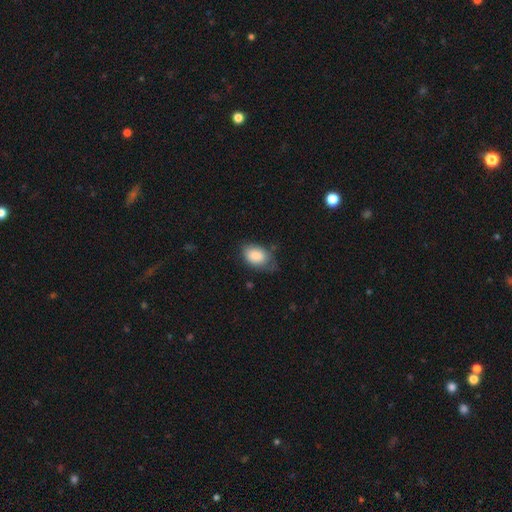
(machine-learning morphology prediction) Smooth or featured?
  - smooth: 84% *
  - featured or disk: 9%
  - star or artifact: 7%
How rounded?
  - in between: 86% *
  - round: 13%
  - cigar-shaped: 1%
Merging?
  - none: 54% *
  - minor disturbance: 34%
  - major disturbance: 10%
  - merger: 2%